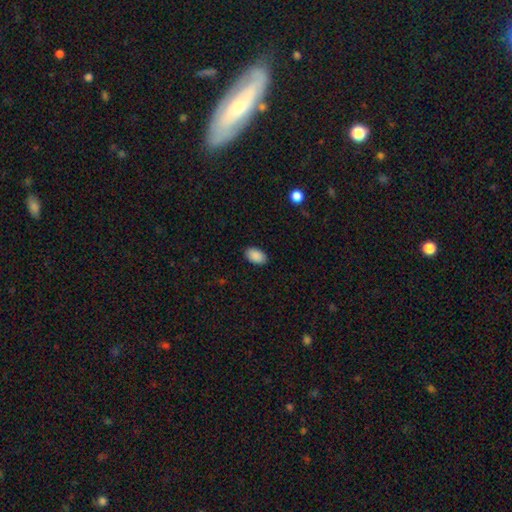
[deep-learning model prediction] The model was most divided on "merging": none: 89%, minor disturbance: 8%, major disturbance: 2%, merger: 1%. More confident: how rounded — in between (93%); smooth or featured — smooth (90%).